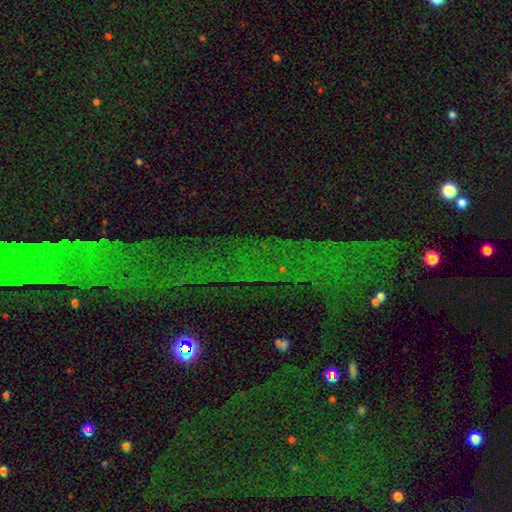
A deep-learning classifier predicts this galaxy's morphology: The model was most divided on "smooth or featured": star or artifact: 78%, featured or disk: 11%, smooth: 11%.